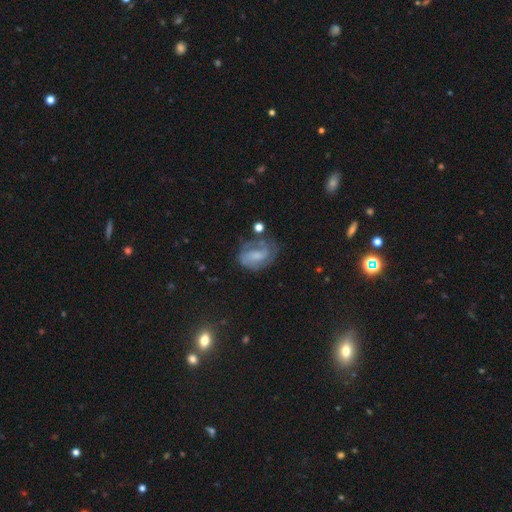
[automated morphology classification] Smooth or featured? Predicted: featured or disk (p=0.69). Edge-on disk? Predicted: no (p=0.97). Bar? Predicted: weak (p=0.47). Spiral arms? Predicted: yes (p=0.88). Spiral winding? Predicted: medium (p=0.44). Spiral arm count? Predicted: 2 (p=0.61). Bulge size? Predicted: small (p=0.33). Merging? Predicted: none (p=0.56).